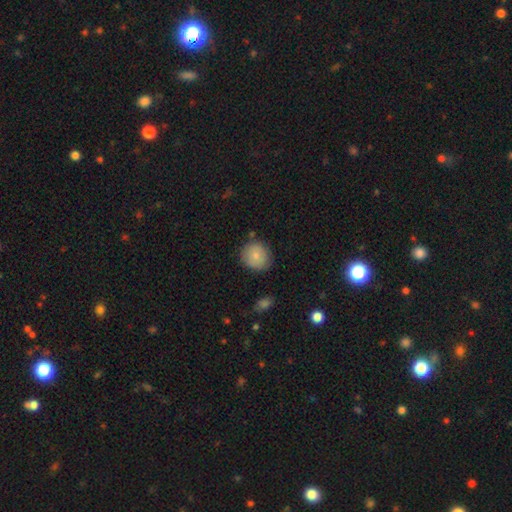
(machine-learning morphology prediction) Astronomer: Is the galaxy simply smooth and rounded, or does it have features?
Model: smooth — 79%.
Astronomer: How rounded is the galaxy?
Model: round — 84%.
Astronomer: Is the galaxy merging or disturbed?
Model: none — 79%.